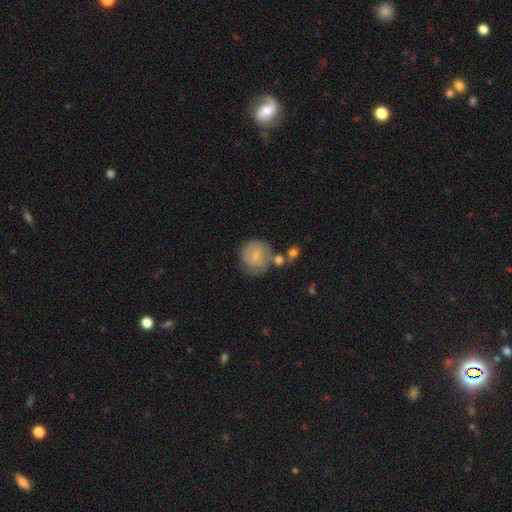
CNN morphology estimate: smooth 63%, featured or disk 30%, star or artifact 7%. Down the decision tree: how rounded — round (88%); merging — none (53%).